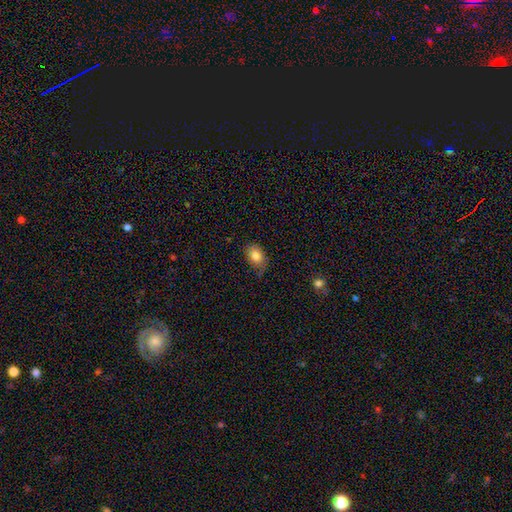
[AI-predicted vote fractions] smooth-or-featured: smooth: 83% | star or artifact: 9% | featured or disk: 8%
  how-rounded: in between: 78% | round: 20% | cigar-shaped: 1%
  merging: none: 67% | minor disturbance: 26% | major disturbance: 6% | merger: 2%